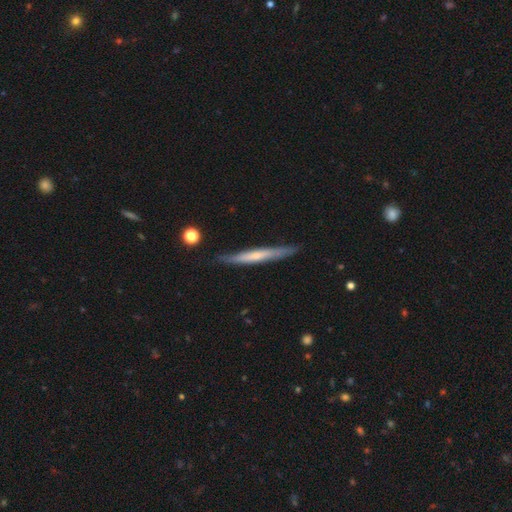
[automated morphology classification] A featured or disk galaxy (50%). Merging: none (84%).